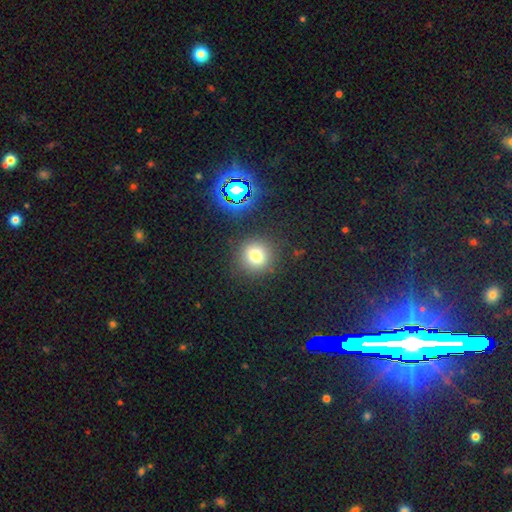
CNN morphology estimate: smooth-or-featured: smooth: 73% | star or artifact: 19% | featured or disk: 8%
  how-rounded: round: 92% | in between: 7% | cigar-shaped: 1%
  merging: none: 87% | minor disturbance: 7% | major disturbance: 3% | merger: 3%